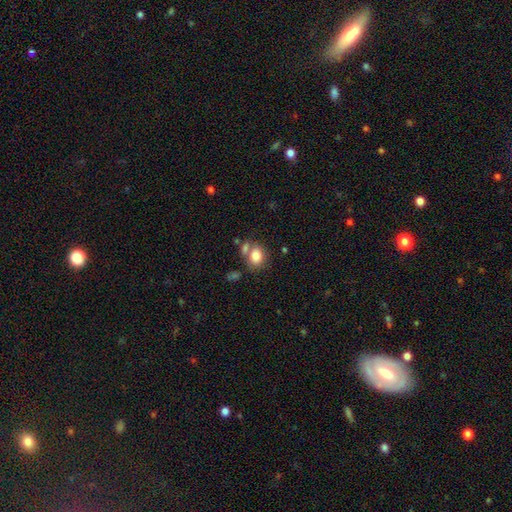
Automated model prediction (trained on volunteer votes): Overall: smooth (81%). How rounded: in between (60%; round 39%). Merging: none (51%; merger 28%).